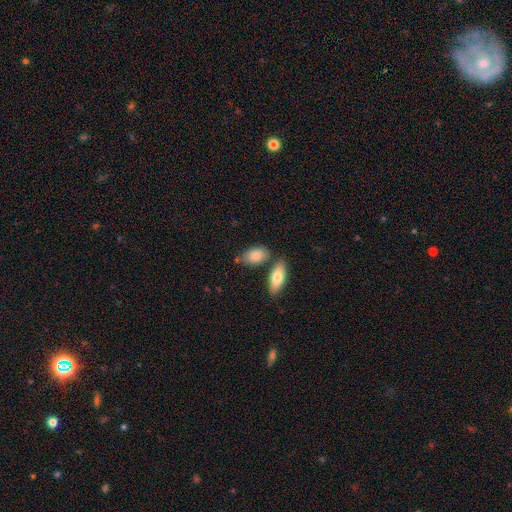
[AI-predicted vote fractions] Smooth or featured?
  - smooth: 81% *
  - featured or disk: 13%
  - star or artifact: 6%
How rounded?
  - in between: 90% *
  - round: 6%
  - cigar-shaped: 5%
Merging?
  - none: 61% *
  - merger: 21%
  - minor disturbance: 14%
  - major disturbance: 4%